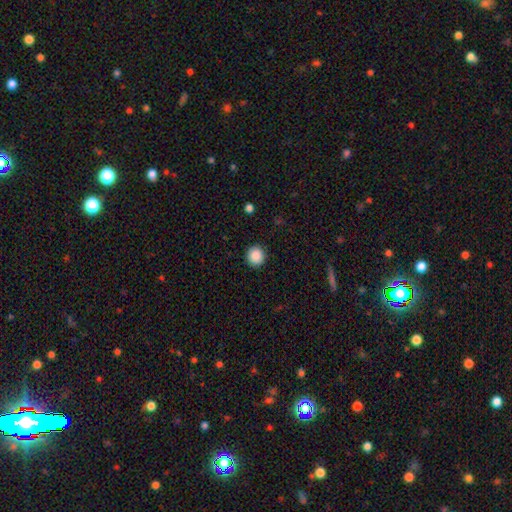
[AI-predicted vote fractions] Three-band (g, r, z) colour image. It shows a smooth galaxy with no disk features (88%) that is round (93%). Merging: none (91%).